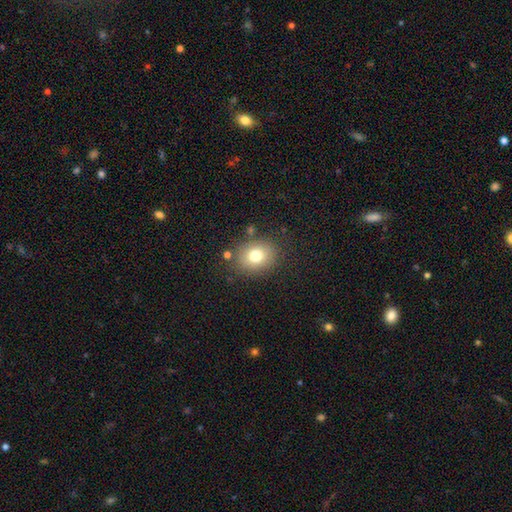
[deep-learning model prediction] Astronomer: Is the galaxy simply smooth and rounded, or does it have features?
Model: smooth — 77%.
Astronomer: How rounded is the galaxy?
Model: round — 52% (runner-up: in between, 47%).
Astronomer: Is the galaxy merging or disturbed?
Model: none — 81%.